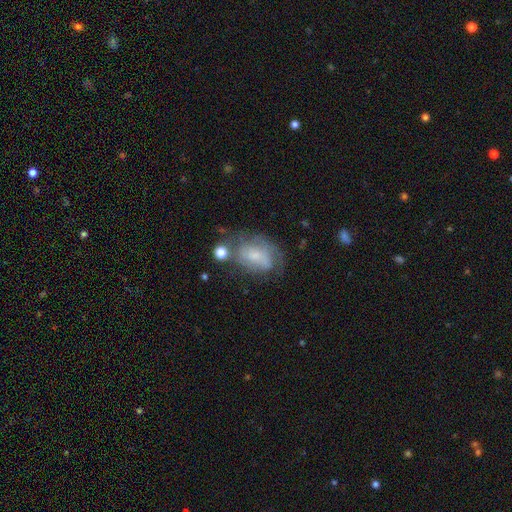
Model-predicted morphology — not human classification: smooth_or_featured: featured or disk (p=0.48) [alt: smooth p=0.43]
merging: none (p=0.42) [alt: minor disturbance p=0.28]